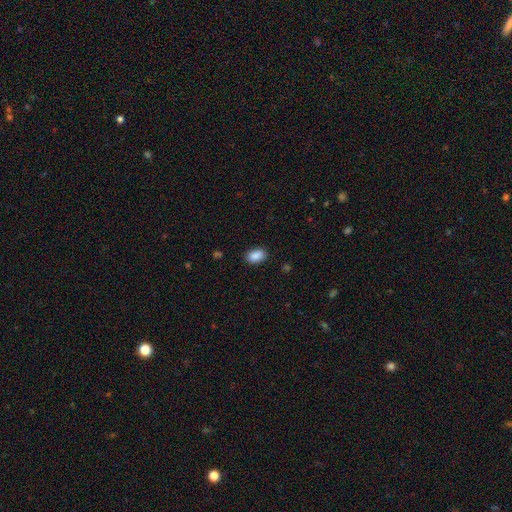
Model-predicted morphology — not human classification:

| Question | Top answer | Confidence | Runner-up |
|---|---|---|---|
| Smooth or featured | smooth | 89% | star or artifact (8%) |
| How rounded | in between | 90% | round (9%) |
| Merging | none | 86% | minor disturbance (10%) |